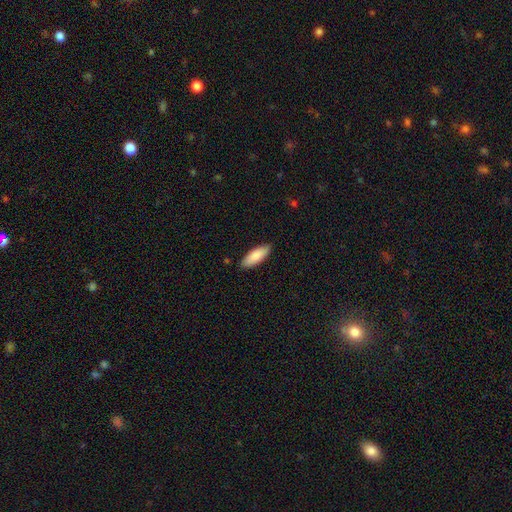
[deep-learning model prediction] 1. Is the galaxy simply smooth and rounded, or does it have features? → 86% smooth, 9% featured or disk, 5% star or artifact.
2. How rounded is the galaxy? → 67% in between, 32% cigar-shaped, 2% round.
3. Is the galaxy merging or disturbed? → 85% none, 11% minor disturbance, 2% major disturbance, 1% merger.